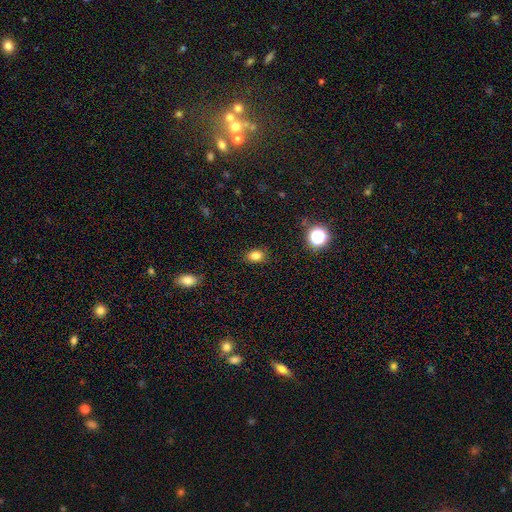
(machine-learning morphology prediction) This appears to be a smooth galaxy with no disk features (82%) that is in between round and cigar-shaped (68%). Merging: none (87%).